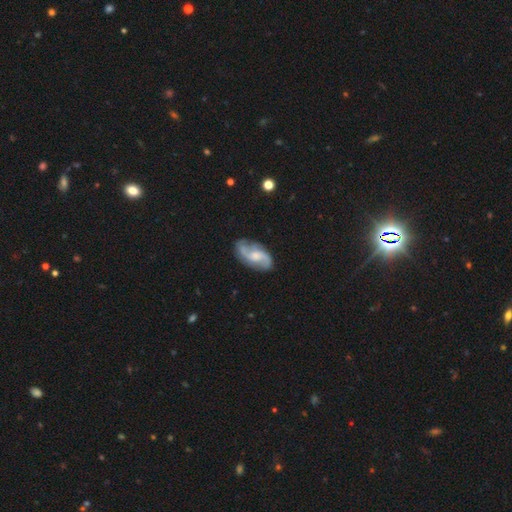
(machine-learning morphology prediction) Q: Smooth or featured?
A: featured or disk (81%); runner-up: smooth (13%)
Q: Edge-on disk?
A: no (96%); runner-up: yes (4%)
Q: Bar?
A: no (51%); runner-up: weak (42%)
Q: Spiral arms?
A: yes (96%); runner-up: no (4%)
Q: Spiral winding?
A: medium (46%); runner-up: loose (40%)
Q: Spiral arm count?
A: 2 (82%); runner-up: 3 (7%)
Q: Bulge size?
A: moderate (43%); runner-up: small (34%)
Q: Merging?
A: none (76%); runner-up: minor disturbance (16%)